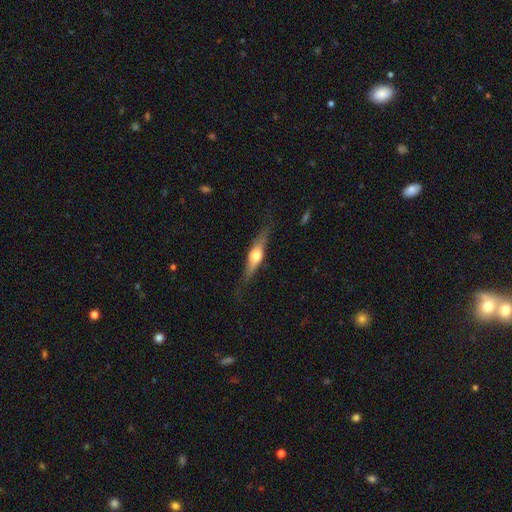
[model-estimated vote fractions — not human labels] Overall: featured or disk (55%; smooth 40%). Edge-on disk: yes (92%). Edge-on bulge: rounded (91%). Merging: none (76%).